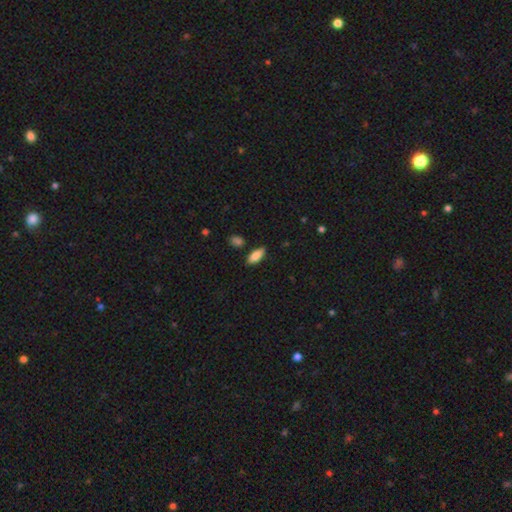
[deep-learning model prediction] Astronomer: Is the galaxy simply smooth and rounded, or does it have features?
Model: smooth — 79%.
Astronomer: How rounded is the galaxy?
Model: in between — 79%.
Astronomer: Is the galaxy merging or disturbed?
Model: none — 83%.